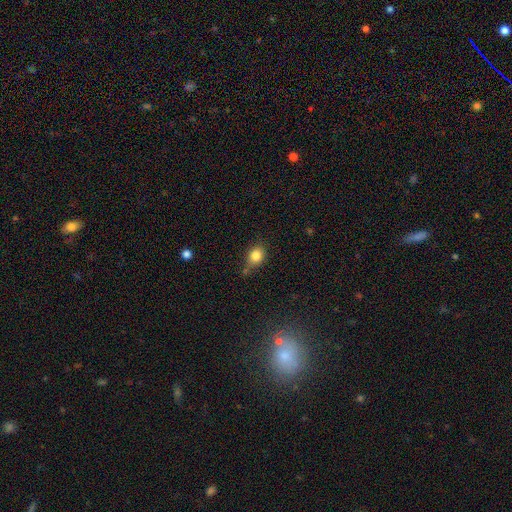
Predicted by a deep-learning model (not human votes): Smooth or featured? smooth (82%)
How rounded? round (62%)
Merging? none (60%)